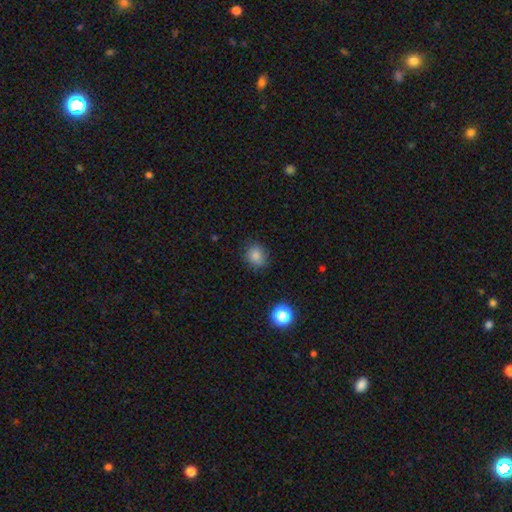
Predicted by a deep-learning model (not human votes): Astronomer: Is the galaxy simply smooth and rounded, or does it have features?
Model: smooth — 83%.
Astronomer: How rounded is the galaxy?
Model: round — 77%.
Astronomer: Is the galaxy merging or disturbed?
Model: none — 85%.